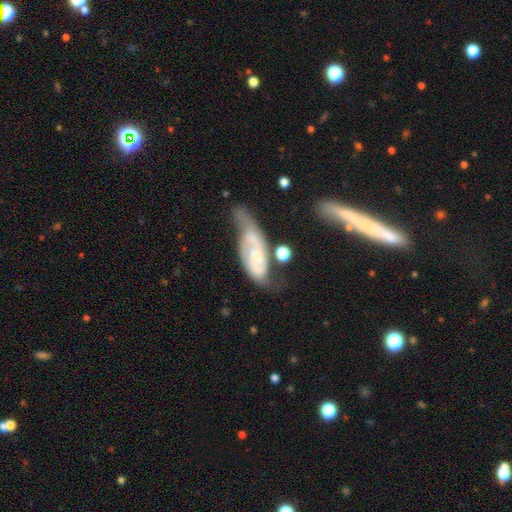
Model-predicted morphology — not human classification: Smooth or featured: featured or disk — 71% (smooth — 22%)
Edge-on disk: no — 89% (yes — 11%)
Bar: no — 53% (weak — 35%)
Spiral arms: yes — 87% (no — 13%)
Spiral winding: medium — 43% (tight — 37%)
Spiral arm count: 2 — 66% (can't tell — 18%)
Bulge size: small — 47% (none — 24%)
Merging: none — 34% (minor disturbance — 27%)